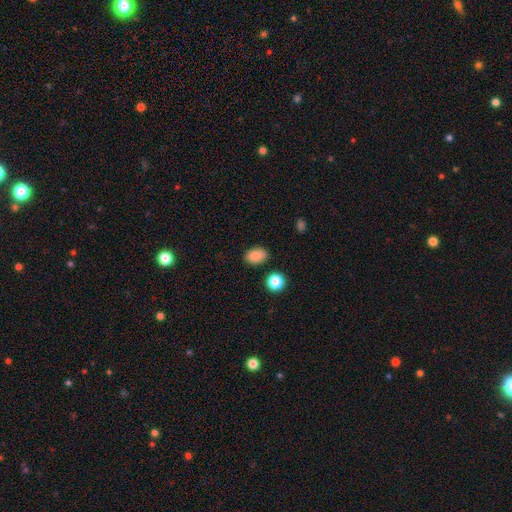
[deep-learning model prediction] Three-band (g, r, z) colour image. It shows a smooth galaxy with no disk features (87%) that is in between round and cigar-shaped (79%). Merging: none (86%).